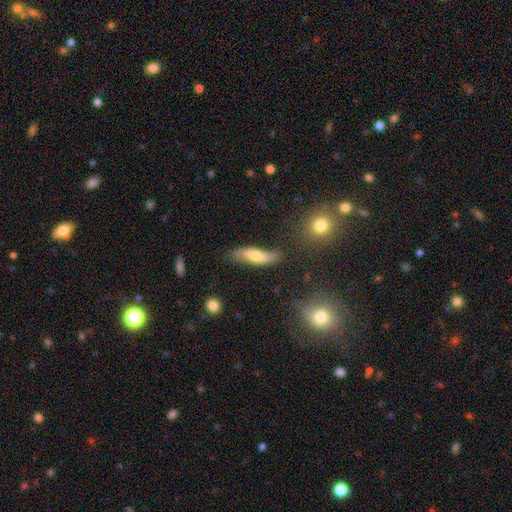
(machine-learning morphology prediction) This is possibly a smooth galaxy (48%). Merging: likely none (73%).